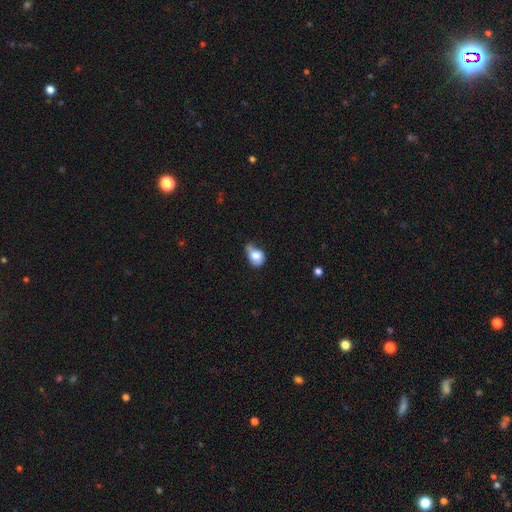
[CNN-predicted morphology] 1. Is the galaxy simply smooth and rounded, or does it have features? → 76% smooth, 16% featured or disk, 9% star or artifact.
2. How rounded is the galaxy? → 55% in between, 43% round, 2% cigar-shaped.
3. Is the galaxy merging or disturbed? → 40% minor disturbance, 24% major disturbance, 24% none, 12% merger.